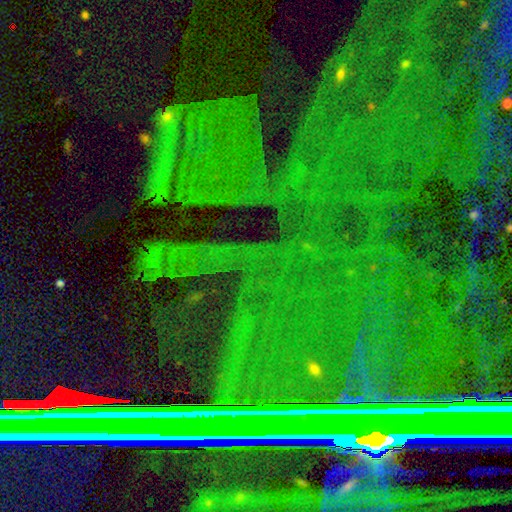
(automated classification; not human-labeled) A star or artifact, not a galaxy (85%).